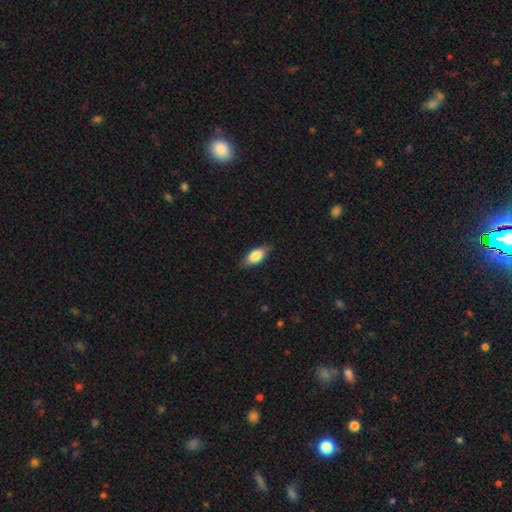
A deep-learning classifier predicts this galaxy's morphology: Q: Smooth or featured?
A: smooth (79%); runner-up: featured or disk (15%)
Q: How rounded?
A: in between (87%); runner-up: cigar-shaped (9%)
Q: Merging?
A: none (81%); runner-up: minor disturbance (15%)